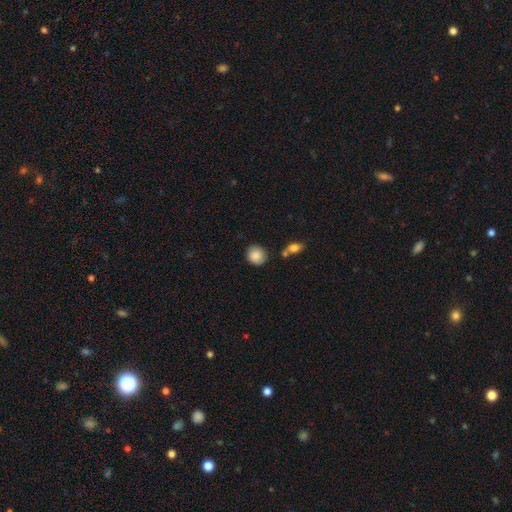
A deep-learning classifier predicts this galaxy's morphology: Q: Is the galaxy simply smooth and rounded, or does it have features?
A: smooth — 87%.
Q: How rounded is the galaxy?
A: round — 80%.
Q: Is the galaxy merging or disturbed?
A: none — 78%.